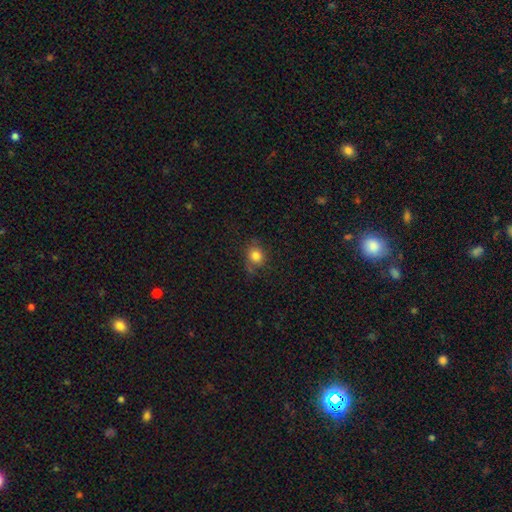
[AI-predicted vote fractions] Smooth or featured? smooth (81%)
How rounded? round (77%)
Merging? none (69%)